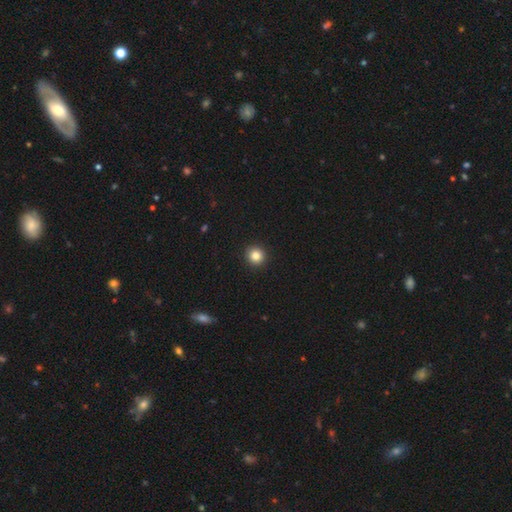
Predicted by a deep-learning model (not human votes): This is clearly a smooth galaxy (84%). How rounded: clearly round (94%). Merging: clearly none (93%).